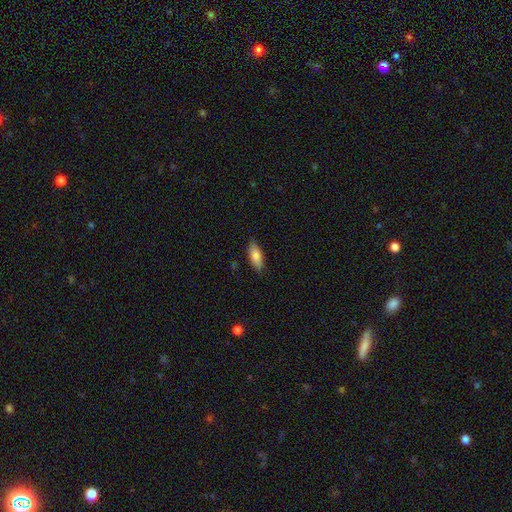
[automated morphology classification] Smooth or featured? smooth (81%)
How rounded? in between (72%)
Merging? none (86%)